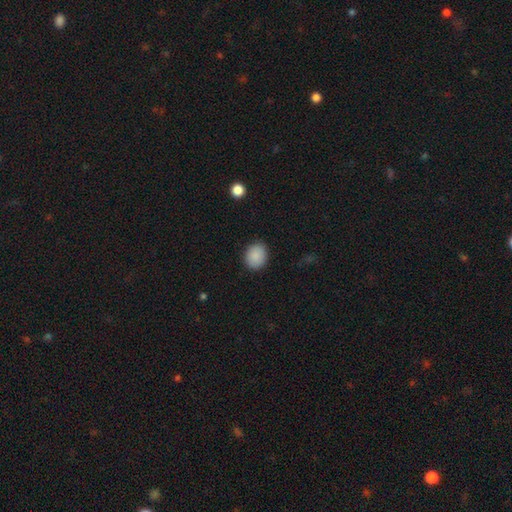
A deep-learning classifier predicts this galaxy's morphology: The model was most divided on "how rounded": round: 55%, in between: 44%, cigar-shaped: 1%. More confident: smooth or featured — smooth (89%); merging — none (89%).